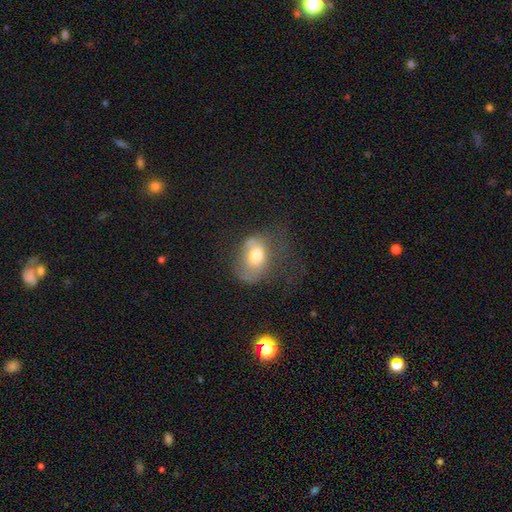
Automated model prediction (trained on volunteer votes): Q: Smooth or featured?
A: smooth (63%); runner-up: featured or disk (27%)
Q: How rounded?
A: in between (70%); runner-up: round (29%)
Q: Merging?
A: major disturbance (37%); runner-up: none (31%)